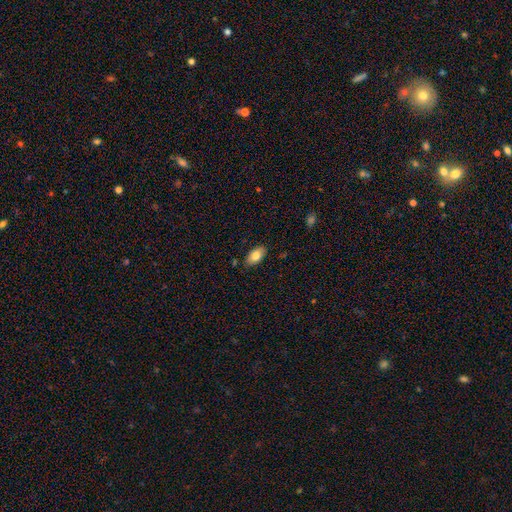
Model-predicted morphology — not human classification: type=smooth (79%); roundness=in between (93%); merging=none (83%).